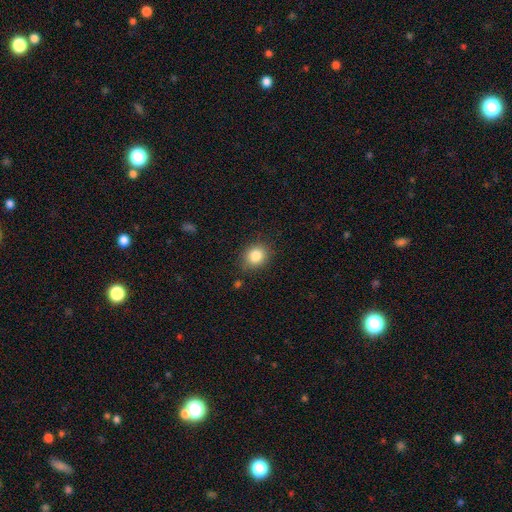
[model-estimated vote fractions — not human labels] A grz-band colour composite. It shows a smooth galaxy with no disk features (84%) that is round (68%). Merging: none (83%).